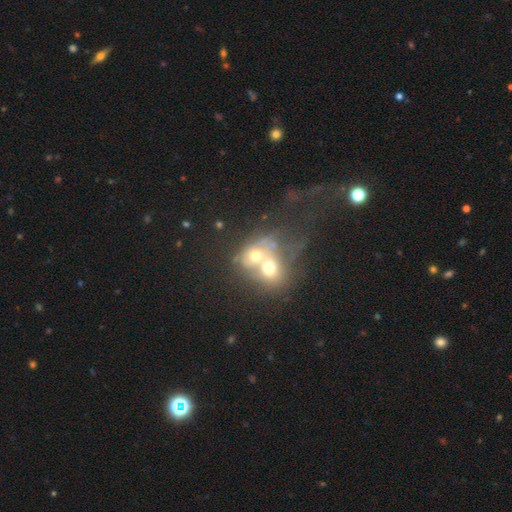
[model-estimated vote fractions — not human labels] smooth 52%, featured or disk 32%, star or artifact 15%. Down the decision tree: how rounded — round (59%); merging — merger (75%).